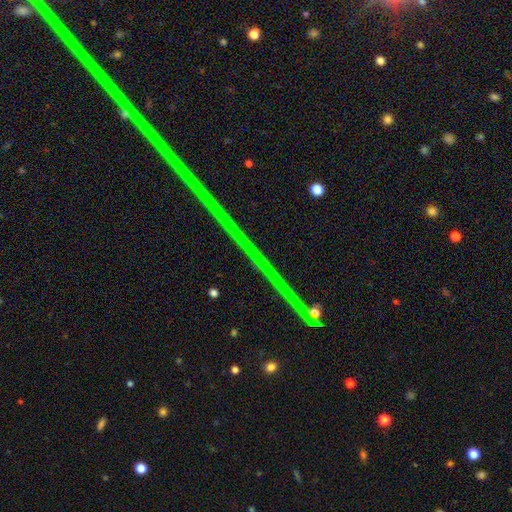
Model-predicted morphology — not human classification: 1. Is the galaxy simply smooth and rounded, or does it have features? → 86% star or artifact, 8% featured or disk, 6% smooth.